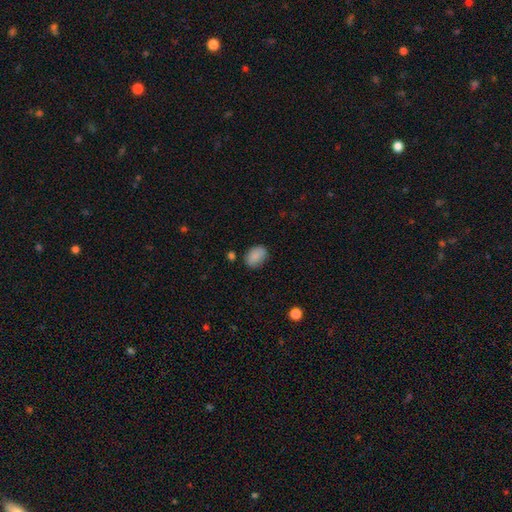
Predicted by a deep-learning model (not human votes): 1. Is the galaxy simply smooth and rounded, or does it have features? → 88% smooth, 8% star or artifact, 5% featured or disk.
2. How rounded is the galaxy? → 82% in between, 17% round, 1% cigar-shaped.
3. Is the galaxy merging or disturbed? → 79% none, 15% minor disturbance, 3% major disturbance, 3% merger.